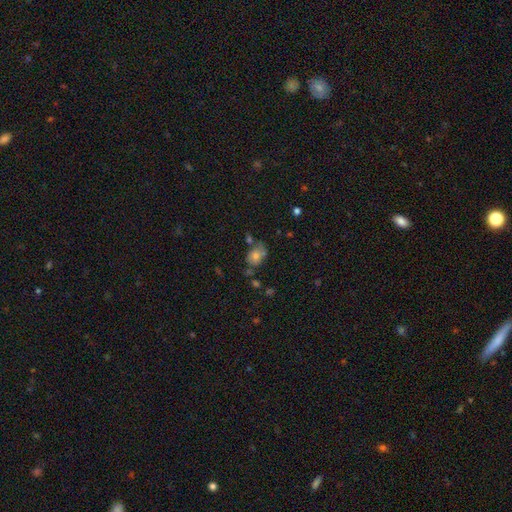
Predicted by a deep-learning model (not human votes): smooth-or-featured: smooth: 70% | featured or disk: 19% | star or artifact: 11%
  how-rounded: in between: 70% | round: 29% | cigar-shaped: 1%
  merging: none: 47% | minor disturbance: 26% | merger: 17% | major disturbance: 10%